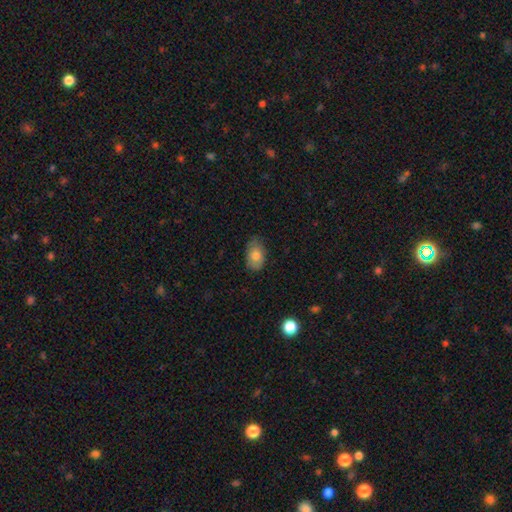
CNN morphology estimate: smooth 78%, featured or disk 14%, star or artifact 8%. Down the decision tree: how rounded — in between (86%); merging — none (65%).